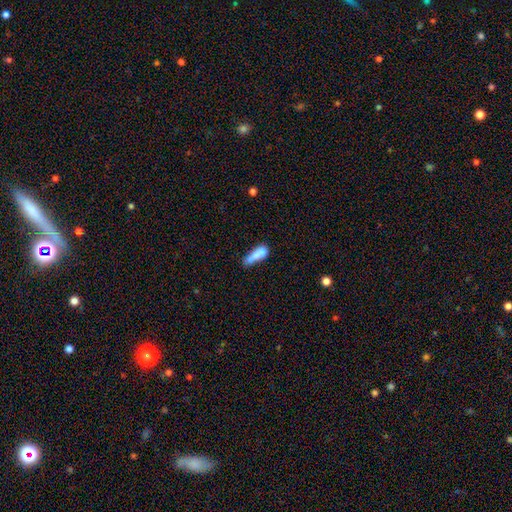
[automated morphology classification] A smooth galaxy with no disk features (70%) that is cigar-shaped (48%).

Vote fractions:
- Smooth or featured? smooth: 70% / featured or disk: 21% / star or artifact: 9%
- How rounded? cigar-shaped: 48% / in between: 47% / round: 5%
- Merging? merger: 32% / none: 29% / minor disturbance: 23% / major disturbance: 16%